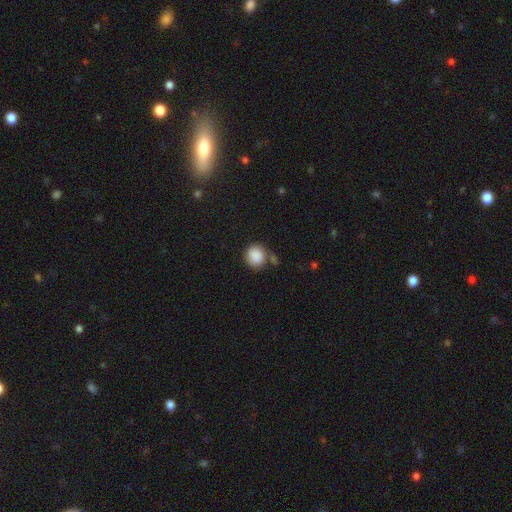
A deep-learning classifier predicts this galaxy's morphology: A smooth galaxy with no disk features (88%) that is round (86%). Merging: none (66%).